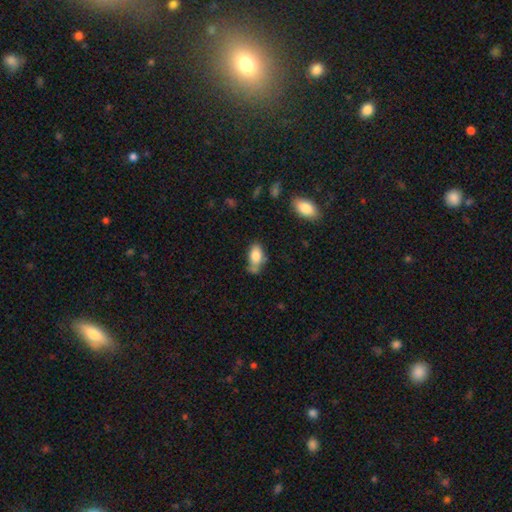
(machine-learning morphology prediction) smooth 81%, featured or disk 11%, star or artifact 8%. Down the decision tree: how rounded — in between (90%); merging — none (44%).